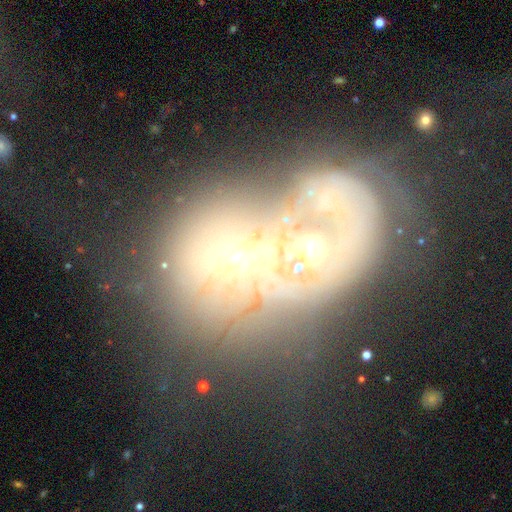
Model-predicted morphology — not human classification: The model was most divided on "spiral arms": no: 58%, yes: 42%. More confident: edge-on disk — no (95%); bar — no (83%); merging — merger (81%); smooth or featured — featured or disk (61%); bulge size — moderate (52%).